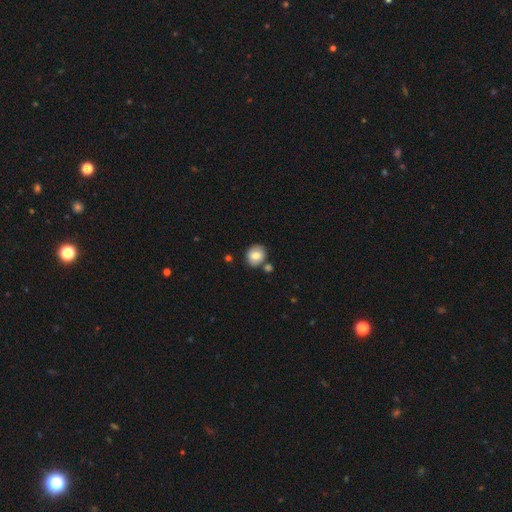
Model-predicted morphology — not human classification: smooth-or-featured: smooth: 76% | featured or disk: 16% | star or artifact: 8%
  how-rounded: round: 76% | in between: 23% | cigar-shaped: 1%
  merging: none: 75% | merger: 12% | minor disturbance: 11% | major disturbance: 3%